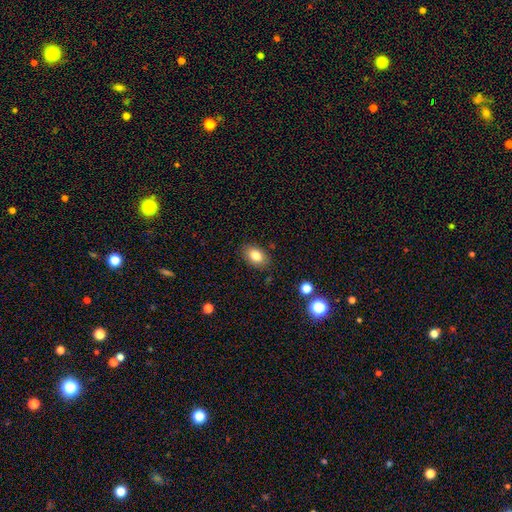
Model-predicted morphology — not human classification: smooth_or_featured: smooth (p=0.82) [alt: featured or disk p=0.09]
how_rounded: in between (p=0.86) [alt: round p=0.12]
merging: none (p=0.85) [alt: minor disturbance p=0.11]